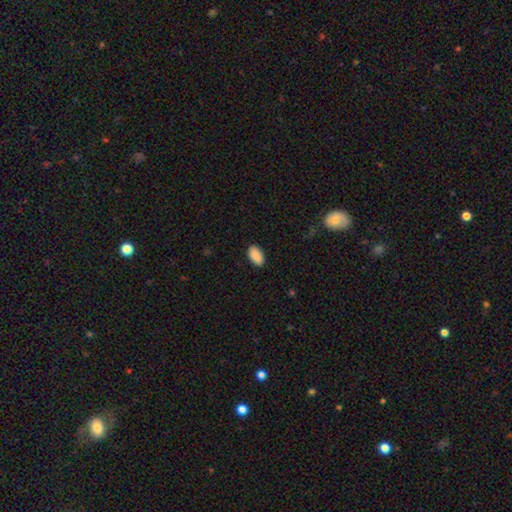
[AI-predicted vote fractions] A smooth galaxy with no disk features (90%) that is in between round and cigar-shaped (94%). Merging: none (89%).